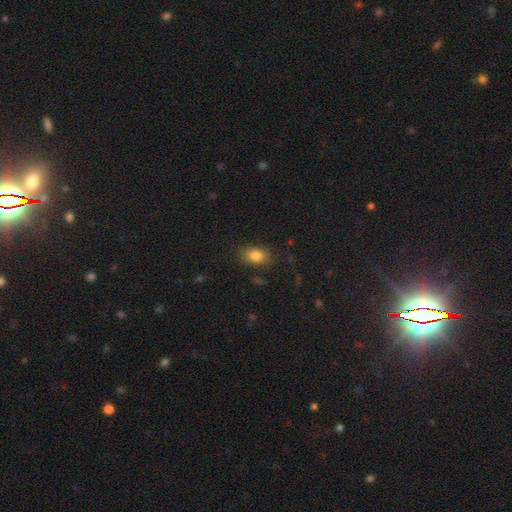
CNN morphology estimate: smooth_or_featured: smooth (p=0.83) [alt: star or artifact p=0.10]
how_rounded: in between (p=0.84) [alt: round p=0.14]
merging: none (p=0.83) [alt: minor disturbance p=0.12]